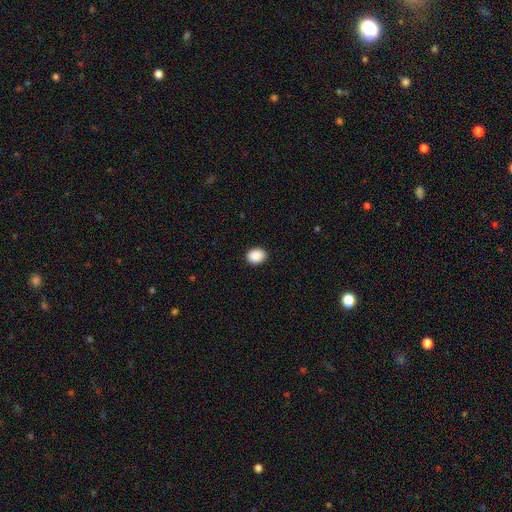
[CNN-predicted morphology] smooth 90%, star or artifact 8%, featured or disk 2%. Down the decision tree: how rounded — in between (57%); merging — none (91%).